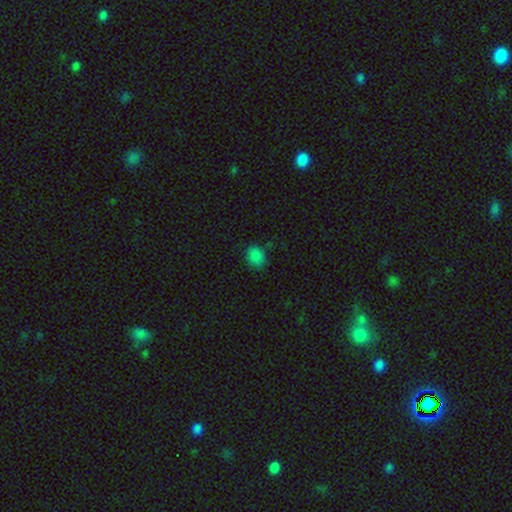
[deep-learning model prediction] Smooth or featured? Predicted: smooth (p=0.83). How rounded? Predicted: in between (p=0.52). Merging? Predicted: none (p=0.81).